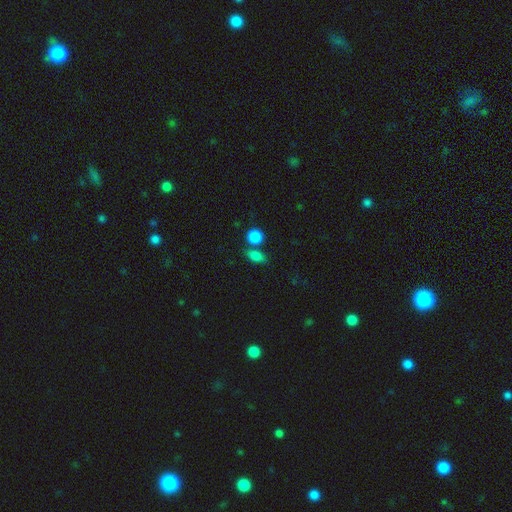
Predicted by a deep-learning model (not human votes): Morphology: type=smooth (83%); roundness=in between (72%); merging=none (56%).